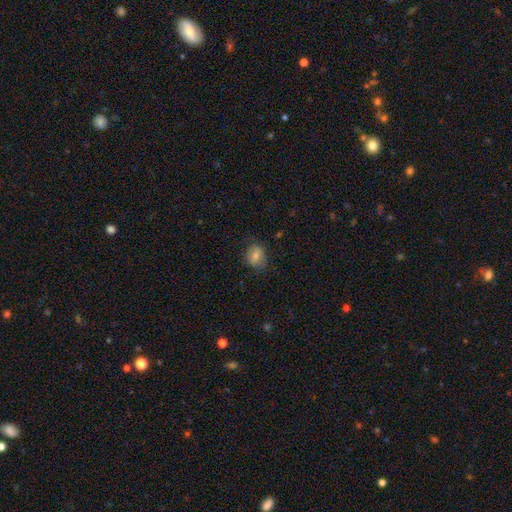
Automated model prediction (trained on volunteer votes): smooth 72%, featured or disk 19%, star or artifact 9%. Down the decision tree: how rounded — in between (51%); merging — none (72%).